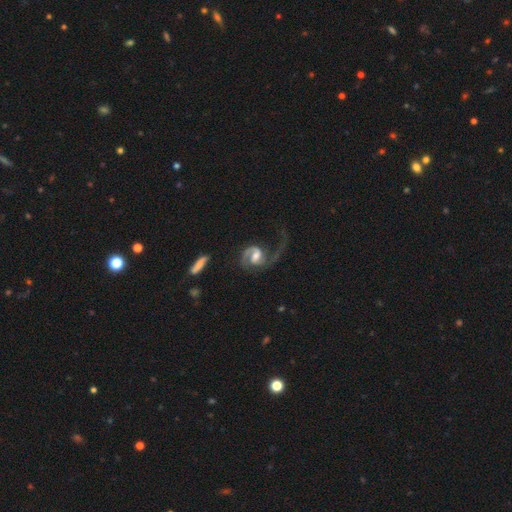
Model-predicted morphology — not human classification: Q: Smooth or featured?
A: featured or disk (88%); runner-up: smooth (8%)
Q: Edge-on disk?
A: no (98%); runner-up: yes (2%)
Q: Bar?
A: weak (50%); runner-up: no (30%)
Q: Spiral arms?
A: yes (97%); runner-up: no (3%)
Q: Spiral winding?
A: medium (45%); runner-up: loose (40%)
Q: Spiral arm count?
A: 2 (67%); runner-up: 1 (27%)
Q: Bulge size?
A: moderate (60%); runner-up: small (21%)
Q: Merging?
A: major disturbance (43%); runner-up: none (38%)